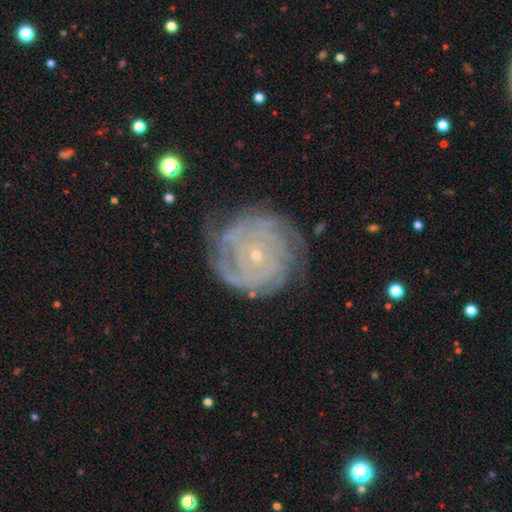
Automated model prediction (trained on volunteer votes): Smooth or featured?
  - featured or disk: 85% *
  - star or artifact: 9%
  - smooth: 7%
Edge-on disk?
  - no: 97% *
  - yes: 3%
Bar?
  - no: 78% *
  - weak: 16%
  - strong: 6%
Spiral arms?
  - yes: 98% *
  - no: 2%
Spiral winding?
  - tight: 85% *
  - medium: 13%
  - loose: 2%
Spiral arm count?
  - can't tell: 23% *
  - 4: 22%
  - 3: 20%
  - 2: 15%
  - more than 4: 12%
  - 1: 8%
Bulge size?
  - small: 85% *
  - moderate: 12%
  - none: 1%
  - large: 1%
  - dominant: 1%
Merging?
  - none: 78% *
  - minor disturbance: 15%
  - major disturbance: 5%
  - merger: 1%